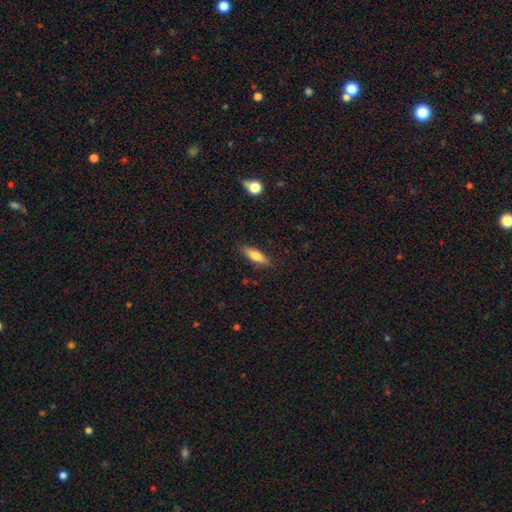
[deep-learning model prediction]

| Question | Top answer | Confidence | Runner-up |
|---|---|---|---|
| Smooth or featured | smooth | 73% | featured or disk (20%) |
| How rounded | cigar-shaped | 51% | in between (46%) |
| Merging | none | 85% | minor disturbance (11%) |